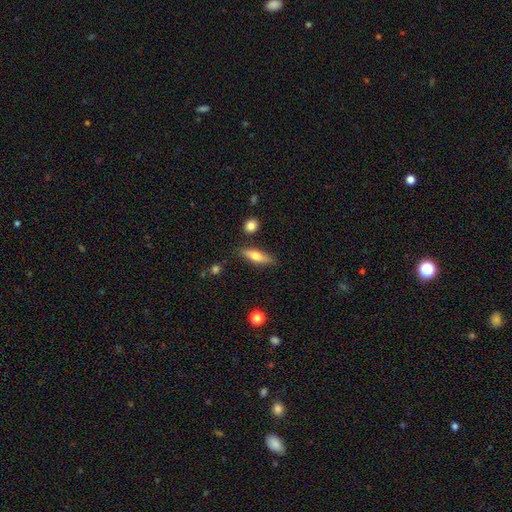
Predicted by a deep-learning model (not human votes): Smooth or featured? smooth (62%)
How rounded? cigar-shaped (54%)
Merging? none (81%)